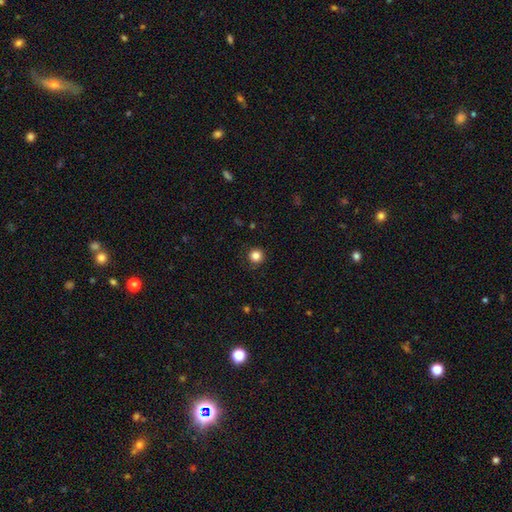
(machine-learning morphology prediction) Smooth or featured? smooth (84%)
How rounded? round (95%)
Merging? none (90%)